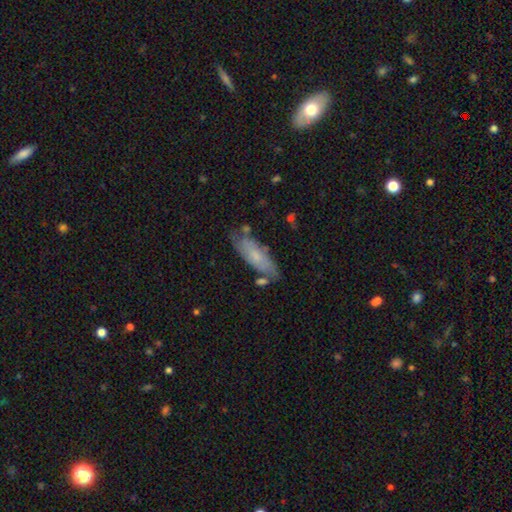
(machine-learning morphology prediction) smooth_or_featured: smooth (p=0.53) [alt: featured or disk p=0.40]
how_rounded: in between (p=0.57) [alt: cigar-shaped p=0.41]
merging: none (p=0.65) [alt: minor disturbance p=0.22]